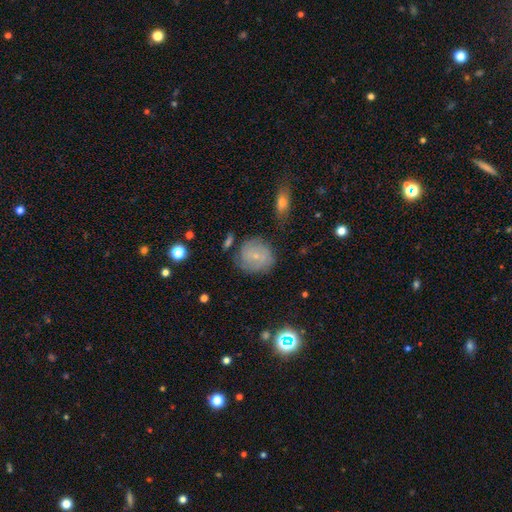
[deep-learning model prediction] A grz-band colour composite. It shows a featured or disk galaxy (46%). Merging: none (70%).